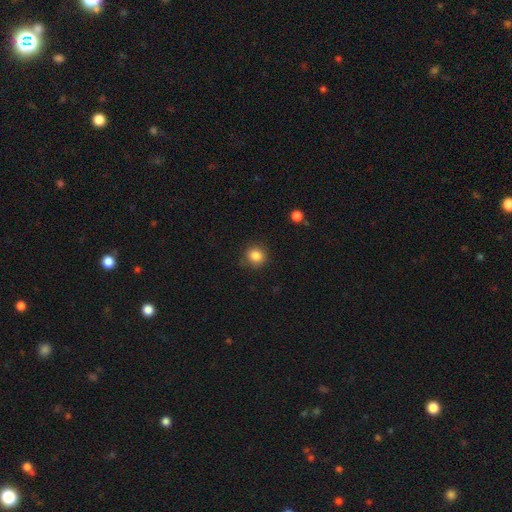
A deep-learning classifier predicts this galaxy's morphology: Q: Smooth or featured?
A: smooth (85%); runner-up: star or artifact (11%)
Q: How rounded?
A: round (88%); runner-up: in between (11%)
Q: Merging?
A: none (86%); runner-up: minor disturbance (10%)